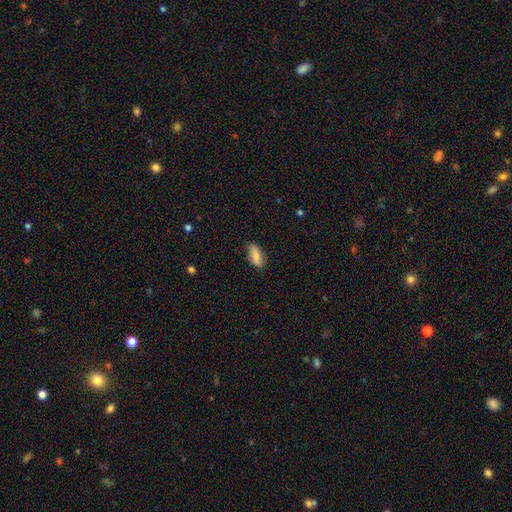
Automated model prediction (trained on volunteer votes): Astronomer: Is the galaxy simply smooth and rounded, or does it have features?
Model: smooth — 81%.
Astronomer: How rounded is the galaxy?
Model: in between — 84%.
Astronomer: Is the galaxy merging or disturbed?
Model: none — 83%.